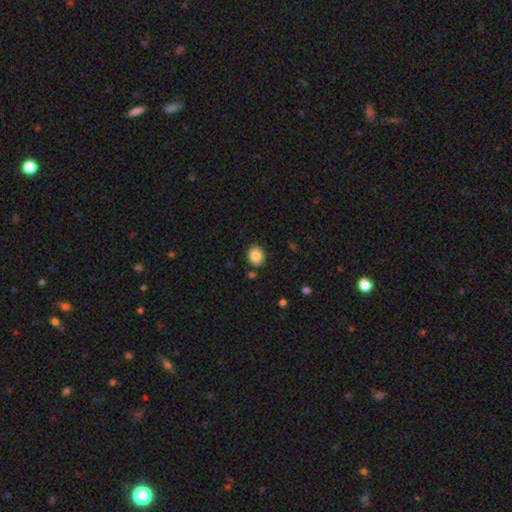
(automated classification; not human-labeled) Smooth or featured: smooth — 86% (star or artifact — 9%)
How rounded: round — 58% (in between — 41%)
Merging: none — 85% (minor disturbance — 9%)